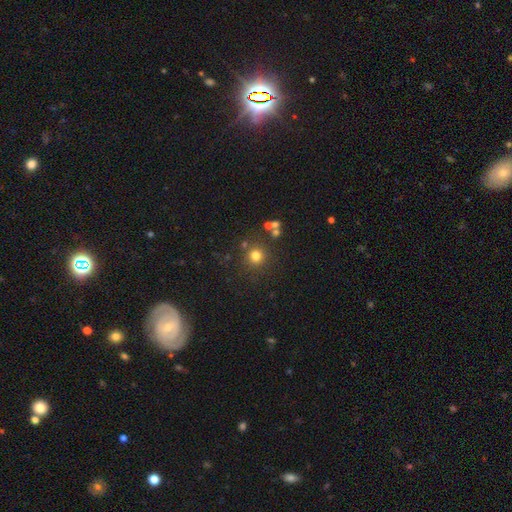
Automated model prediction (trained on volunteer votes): Q: Smooth or featured?
A: smooth (76%); runner-up: star or artifact (17%)
Q: How rounded?
A: round (94%); runner-up: in between (5%)
Q: Merging?
A: none (80%); runner-up: minor disturbance (8%)